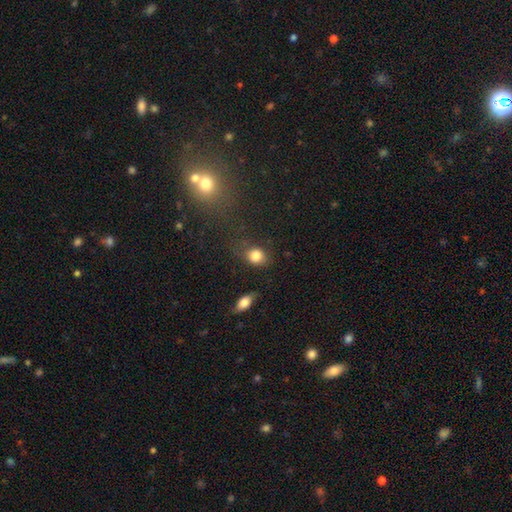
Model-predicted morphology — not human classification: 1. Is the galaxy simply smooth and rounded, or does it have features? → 84% smooth, 10% star or artifact, 6% featured or disk.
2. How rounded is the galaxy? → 60% round, 38% in between, 1% cigar-shaped.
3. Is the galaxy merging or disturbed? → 64% none, 24% minor disturbance, 8% major disturbance, 4% merger.